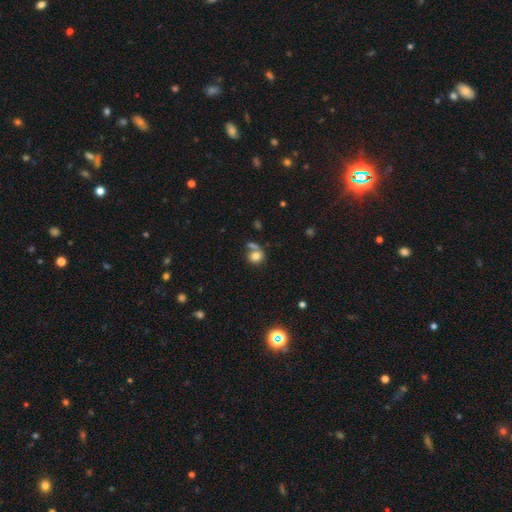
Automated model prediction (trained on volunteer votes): Smooth or featured: smooth — 78% (featured or disk — 11%)
How rounded: round — 66% (in between — 33%)
Merging: none — 49% (merger — 32%)